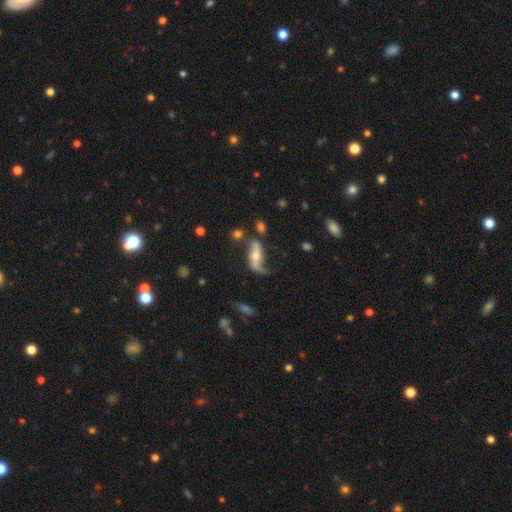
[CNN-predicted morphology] Smooth or featured? featured or disk (73%)
Edge-on disk? no (85%)
Bar? no (46%)
Spiral arms? yes (88%)
Spiral winding? loose (84%)
Spiral arm count? 2 (79%)
Bulge size? moderate (55%)
Merging? none (47%)